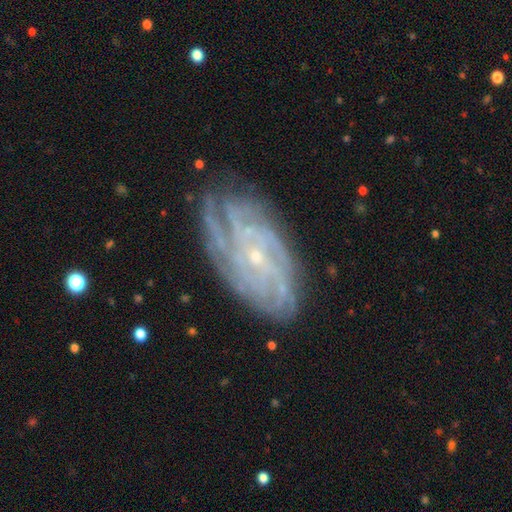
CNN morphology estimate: Smooth or featured: featured or disk — 85% (star or artifact — 7%)
Edge-on disk: no — 95% (yes — 5%)
Bar: no — 70% (weak — 24%)
Spiral arms: yes — 97% (no — 3%)
Spiral winding: tight — 72% (medium — 23%)
Spiral arm count: can't tell — 28% (4 — 22%)
Bulge size: small — 83% (moderate — 13%)
Merging: none — 77% (minor disturbance — 16%)